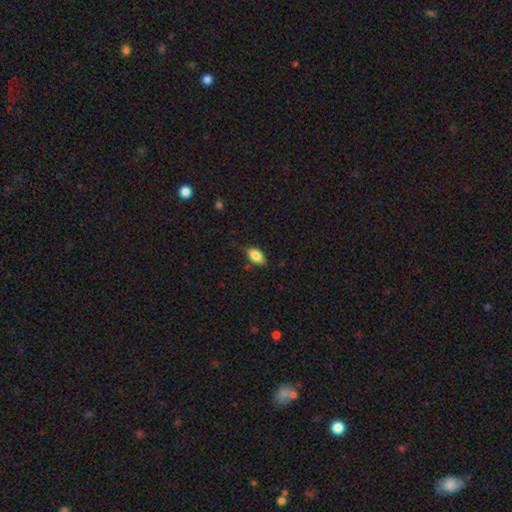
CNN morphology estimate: Smooth or featured? smooth (85%)
How rounded? in between (90%)
Merging? none (80%)